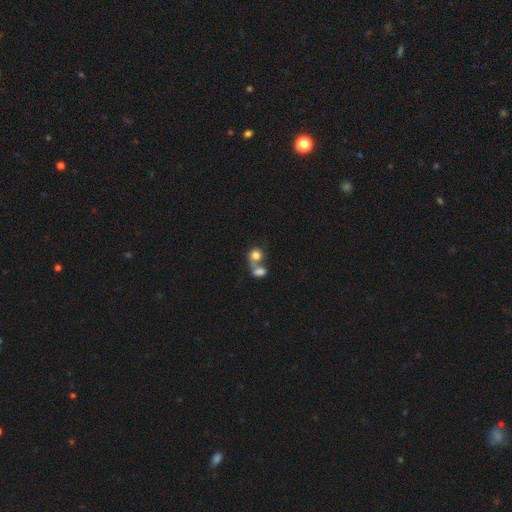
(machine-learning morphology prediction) A smooth galaxy with no disk features (77%) that is round (65%).

Vote fractions:
- Smooth or featured? smooth: 77% / featured or disk: 14% / star or artifact: 9%
- How rounded? round: 65% / in between: 33% / cigar-shaped: 1%
- Merging? merger: 65% / none: 23% / minor disturbance: 6% / major disturbance: 5%